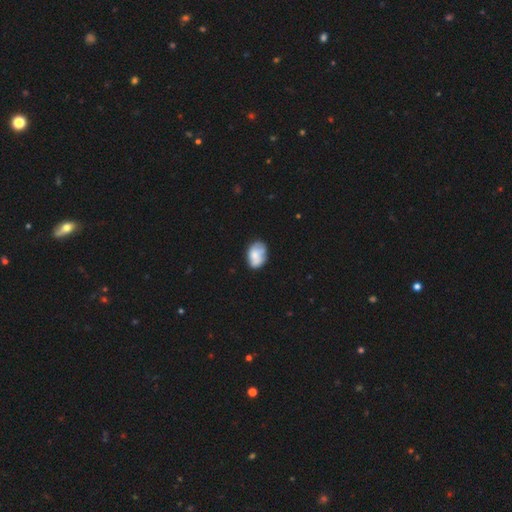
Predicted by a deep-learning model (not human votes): Smooth or featured: smooth — 68% (featured or disk — 24%)
How rounded: in between — 81% (round — 18%)
Merging: none — 58% (minor disturbance — 29%)